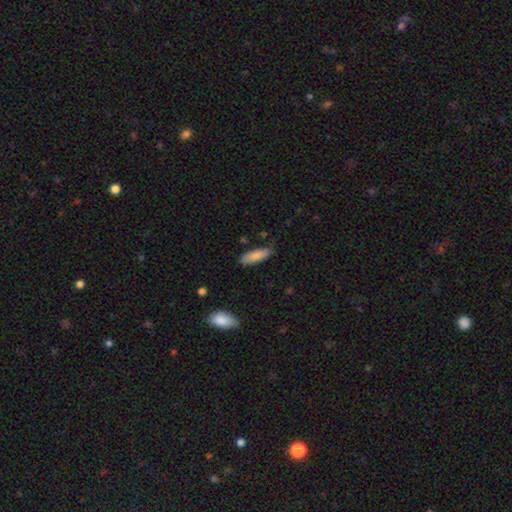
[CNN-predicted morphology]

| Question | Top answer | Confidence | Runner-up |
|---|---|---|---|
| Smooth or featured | smooth | 85% | featured or disk (9%) |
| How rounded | in between | 50% | cigar-shaped (48%) |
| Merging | none | 79% | minor disturbance (17%) |